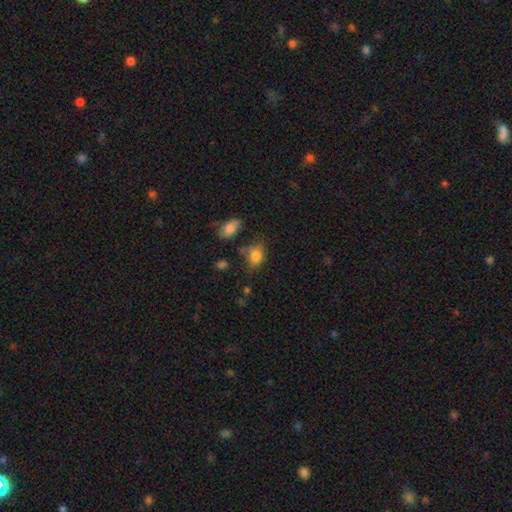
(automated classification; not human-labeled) Overall: smooth (81%). How rounded: in between (75%). Merging: none (57%; minor disturbance 25%).